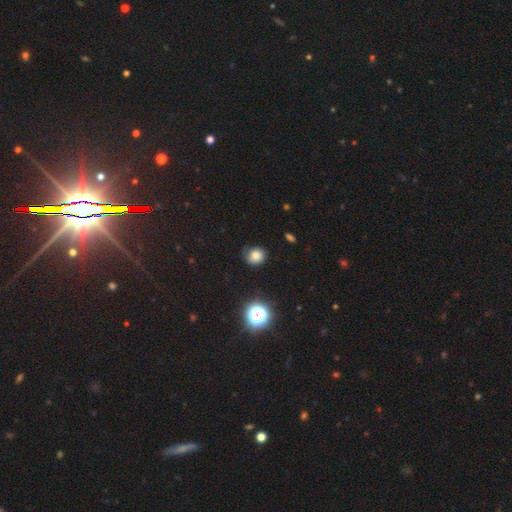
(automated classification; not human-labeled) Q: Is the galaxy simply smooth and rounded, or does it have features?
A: smooth — 75%.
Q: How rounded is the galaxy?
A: round — 80%.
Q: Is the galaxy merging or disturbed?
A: none — 67%.